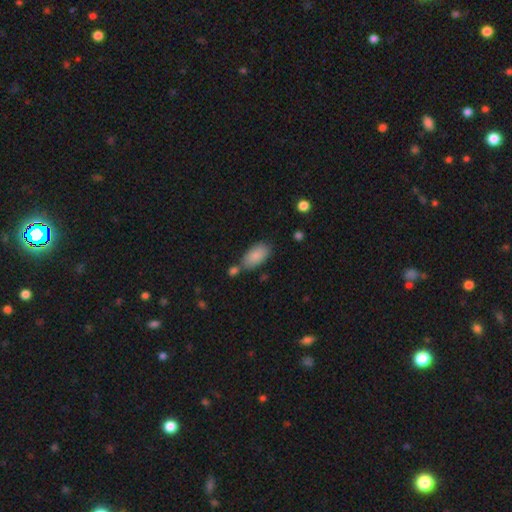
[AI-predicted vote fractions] This appears to be a smooth galaxy with no disk features (86%) that is in between round and cigar-shaped (93%). Merging: none (64%).